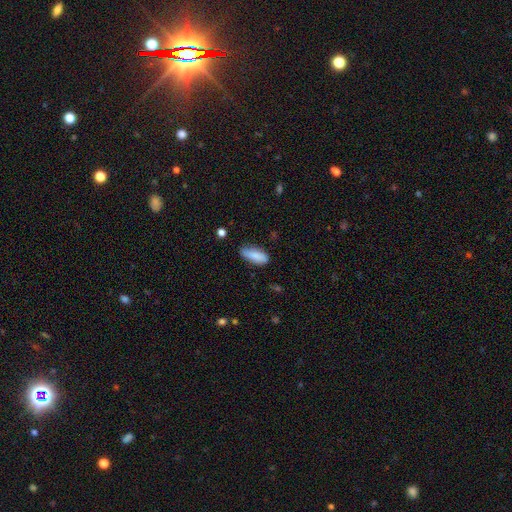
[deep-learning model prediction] A smooth galaxy with no disk features (85%) that is in between round and cigar-shaped (73%).

Vote fractions:
- Smooth or featured? smooth: 85% / featured or disk: 8% / star or artifact: 7%
- How rounded? in between: 73% / cigar-shaped: 25% / round: 2%
- Merging? none: 73% / minor disturbance: 21% / major disturbance: 4% / merger: 2%